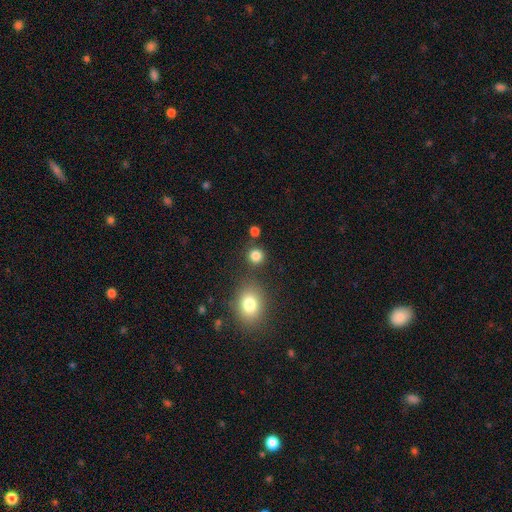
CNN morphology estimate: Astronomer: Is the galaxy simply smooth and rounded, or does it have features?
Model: smooth — 83%.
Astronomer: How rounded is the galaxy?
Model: round — 89%.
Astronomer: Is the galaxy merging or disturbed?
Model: none — 82%.